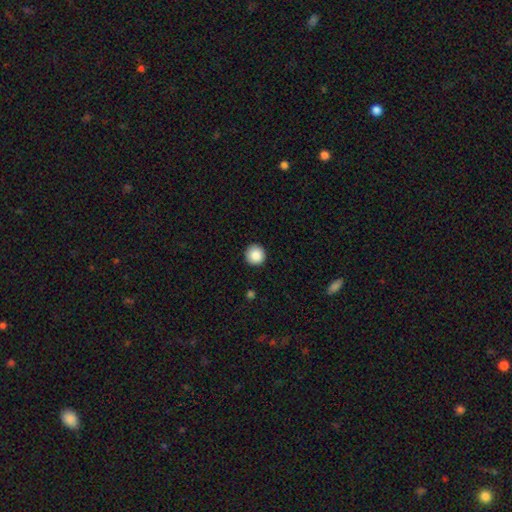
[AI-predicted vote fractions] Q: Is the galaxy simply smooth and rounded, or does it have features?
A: smooth — 88%.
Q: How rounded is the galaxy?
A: round — 96%.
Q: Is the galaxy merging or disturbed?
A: none — 92%.